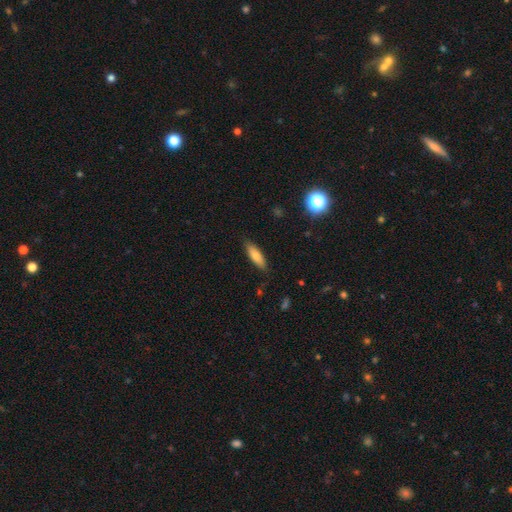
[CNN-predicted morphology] Smooth or featured? Predicted: smooth (p=0.78). How rounded? Predicted: cigar-shaped (p=0.52). Merging? Predicted: none (p=0.84).